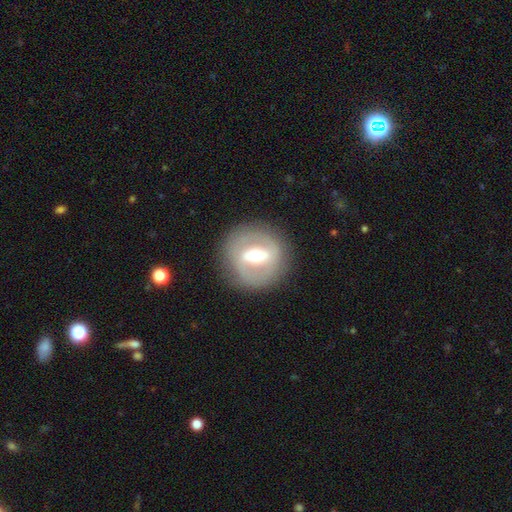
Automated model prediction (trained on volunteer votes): A featured or disk galaxy (70%) with a strong bar (58%), no spiral arms (56%) and a moderate central bulge (64%).

Vote fractions:
- Smooth or featured? featured or disk: 70% / smooth: 24% / star or artifact: 7%
- Edge-on disk? no: 90% / yes: 10%
- Bar? strong: 58% / weak: 31% / no: 11%
- Spiral arms? no: 56% / yes: 44%
- Bulge size? moderate: 64% / small: 25% / large: 9% / dominant: 1% / none: 1%
- Merging? none: 84% / minor disturbance: 10% / major disturbance: 5% / merger: 1%